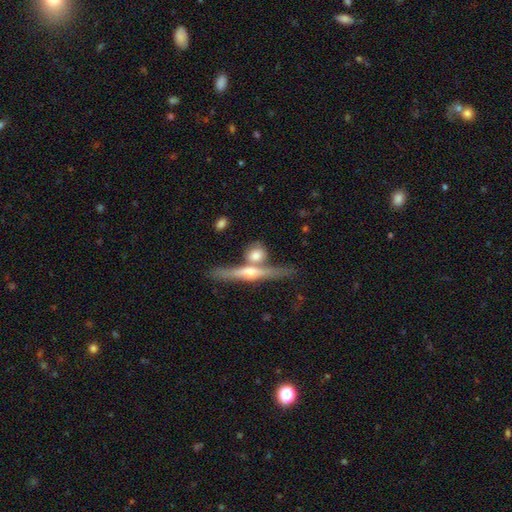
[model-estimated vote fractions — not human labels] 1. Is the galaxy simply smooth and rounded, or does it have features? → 50% featured or disk, 43% smooth, 7% star or artifact.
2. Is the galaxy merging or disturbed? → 53% none, 31% merger, 12% minor disturbance, 5% major disturbance.